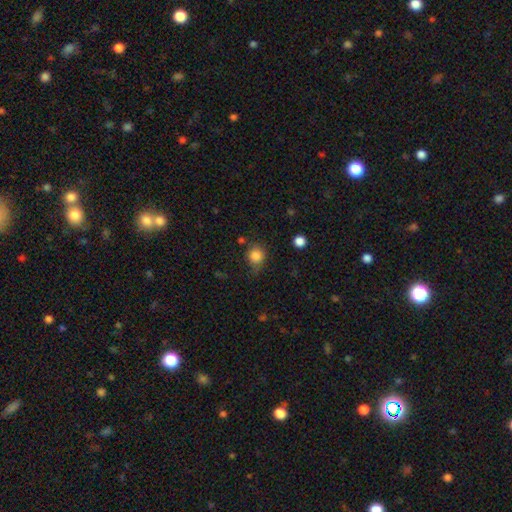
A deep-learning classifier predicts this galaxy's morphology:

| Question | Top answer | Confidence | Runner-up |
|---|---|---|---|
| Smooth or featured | smooth | 84% | star or artifact (11%) |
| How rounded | round | 80% | in between (19%) |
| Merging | none | 62% | minor disturbance (26%) |